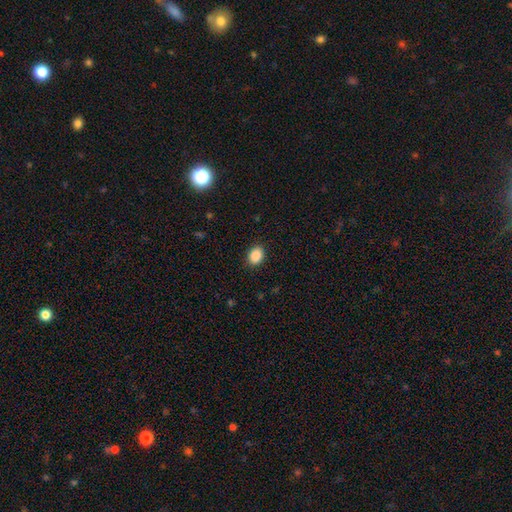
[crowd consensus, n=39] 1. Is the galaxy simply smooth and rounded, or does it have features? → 92% smooth, 8% star or artifact, 0% featured or disk.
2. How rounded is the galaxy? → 86% in between, 11% round, 3% cigar-shaped.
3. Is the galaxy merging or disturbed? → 86% none, 11% minor disturbance, 3% major disturbance, 0% merger.